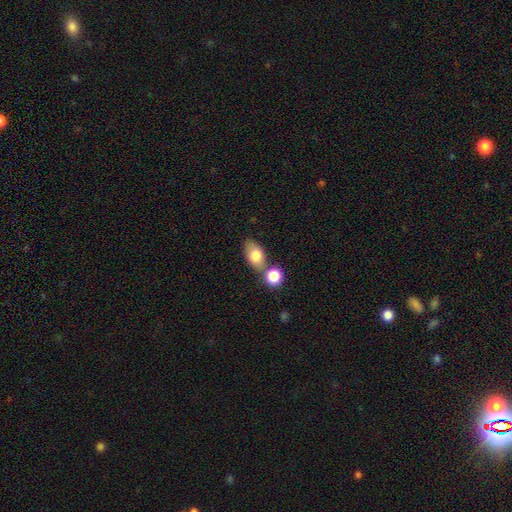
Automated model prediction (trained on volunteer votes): Q: Smooth or featured?
A: smooth (78%); runner-up: featured or disk (14%)
Q: How rounded?
A: in between (85%); runner-up: round (12%)
Q: Merging?
A: none (55%); runner-up: merger (28%)